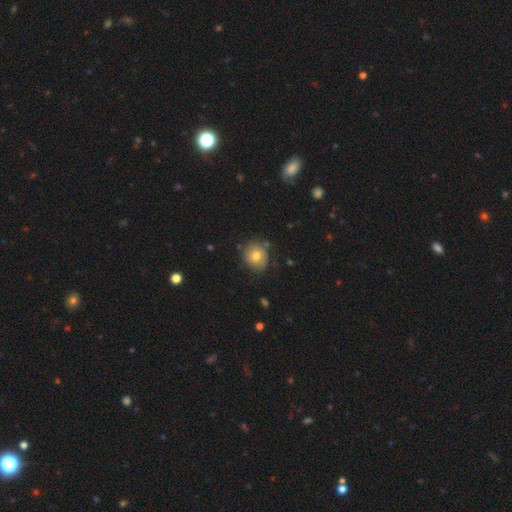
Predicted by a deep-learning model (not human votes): Morphology: type=smooth (74%); roundness=round (77%); merging=none (76%).